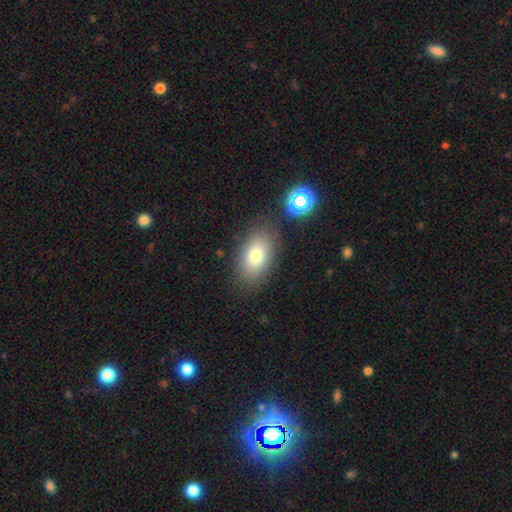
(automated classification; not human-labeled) Smooth or featured? smooth (76%)
How rounded? in between (87%)
Merging? none (81%)